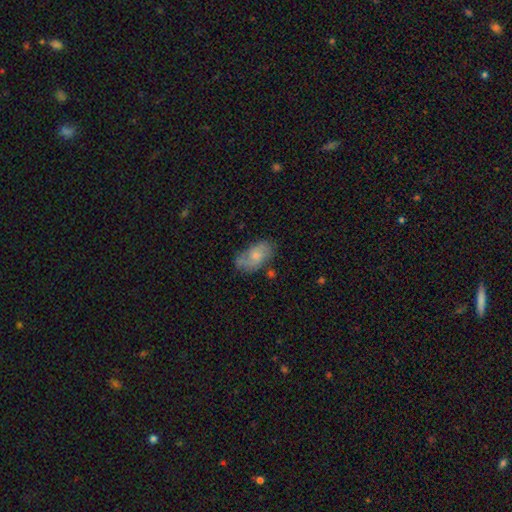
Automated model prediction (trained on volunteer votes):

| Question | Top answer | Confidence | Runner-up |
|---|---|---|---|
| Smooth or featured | smooth | 56% | featured or disk (37%) |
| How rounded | in between | 90% | round (7%) |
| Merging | none | 57% | minor disturbance (28%) |